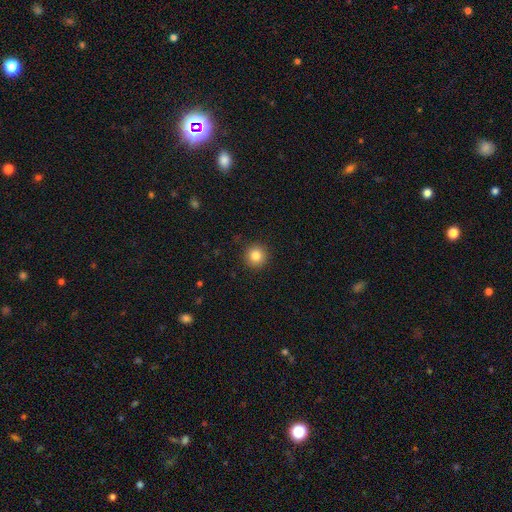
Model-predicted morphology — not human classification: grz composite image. It shows a smooth galaxy with no disk features (84%) that is round (95%). Merging: none (92%).